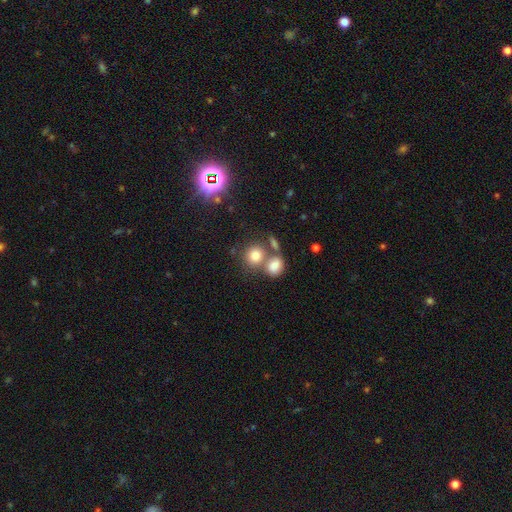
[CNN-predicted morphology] type=smooth (78%); roundness=round (75%); merging=none (49%).